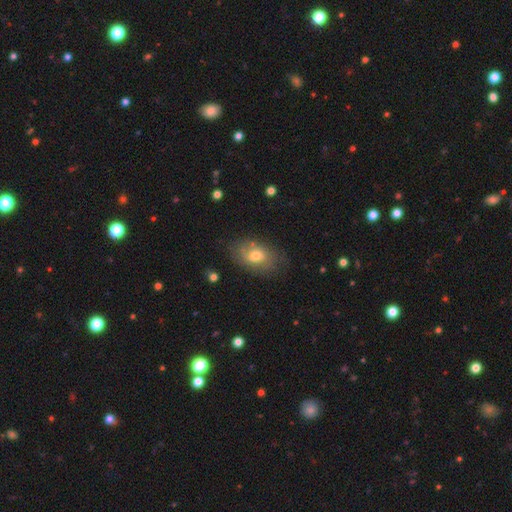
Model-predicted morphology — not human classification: smooth_or_featured: smooth (p=0.56) [alt: featured or disk p=0.35]
how_rounded: in between (p=0.84) [alt: round p=0.14]
merging: none (p=0.69) [alt: minor disturbance p=0.21]